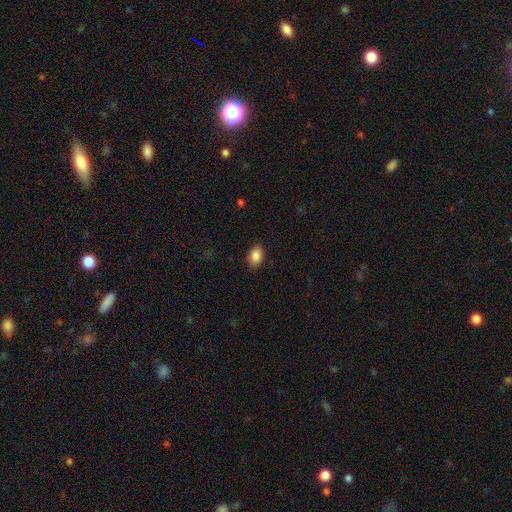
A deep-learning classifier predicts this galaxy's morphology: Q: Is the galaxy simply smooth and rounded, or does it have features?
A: smooth — 87%.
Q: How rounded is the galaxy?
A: in between — 84%.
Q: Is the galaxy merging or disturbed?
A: none — 87%.